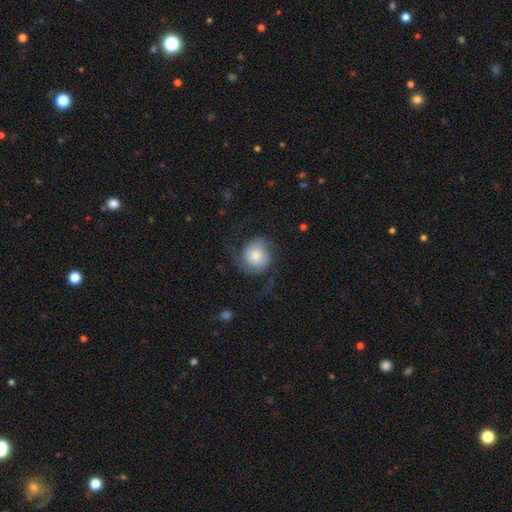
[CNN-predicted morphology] The model was most divided on "smooth or featured": featured or disk: 51%, smooth: 41%, star or artifact: 8%. More confident: edge-on disk — no (97%); merging — none (60%).